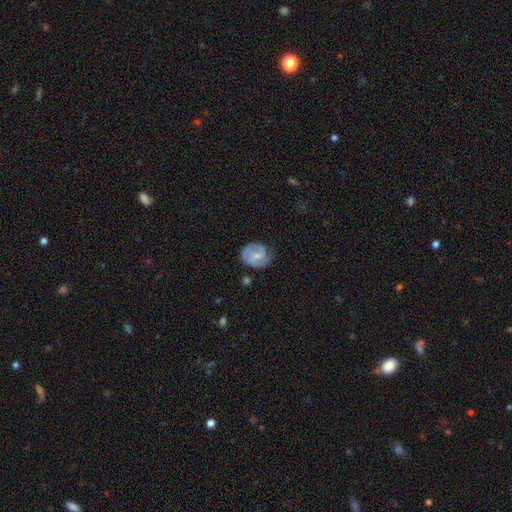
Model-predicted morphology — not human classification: This is likely a featured or disk galaxy (67%). It is clearly not viewed edge-on (98%). Bar: possibly no (51%). Spiral arm pattern: clearly yes (89%). Spiral arm count: possibly 2 (55%). Spiral winding: possibly tight (48%). Central bulge: possibly small (54%). Merging: likely none (66%).